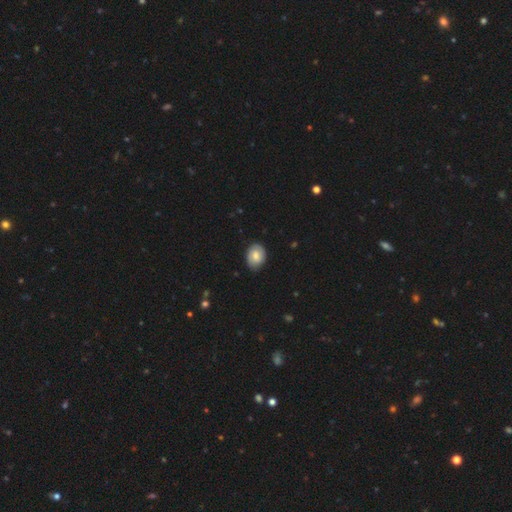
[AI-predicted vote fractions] This is likely a smooth galaxy (69%). How rounded: likely in between (64%). Merging: clearly none (82%).